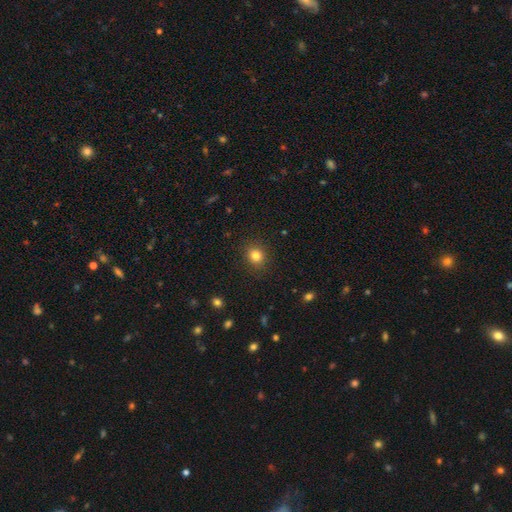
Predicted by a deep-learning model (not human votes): Smooth or featured: smooth — 82% (star or artifact — 12%)
How rounded: round — 75% (in between — 24%)
Merging: none — 88% (minor disturbance — 8%)